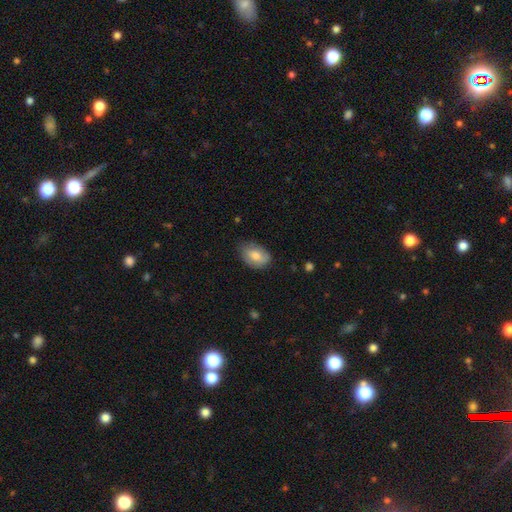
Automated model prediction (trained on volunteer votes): smooth-or-featured: smooth: 73% | featured or disk: 20% | star or artifact: 7%
  how-rounded: in between: 86% | round: 13% | cigar-shaped: 1%
  merging: none: 69% | minor disturbance: 26% | major disturbance: 5% | merger: 1%